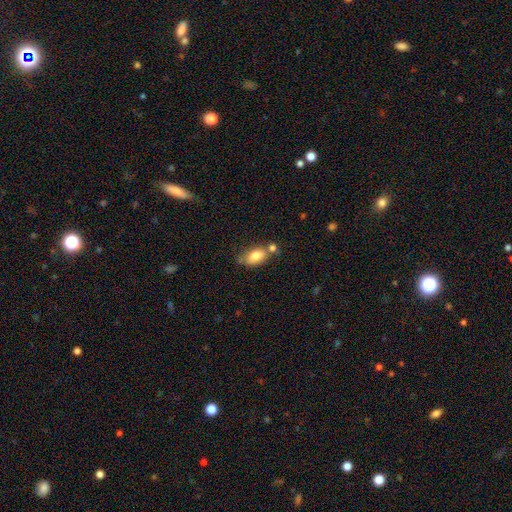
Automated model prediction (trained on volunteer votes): smooth-or-featured: smooth: 78% | featured or disk: 14% | star or artifact: 8%
  how-rounded: in between: 87% | round: 9% | cigar-shaped: 4%
  merging: none: 50% | merger: 28% | minor disturbance: 17% | major disturbance: 5%